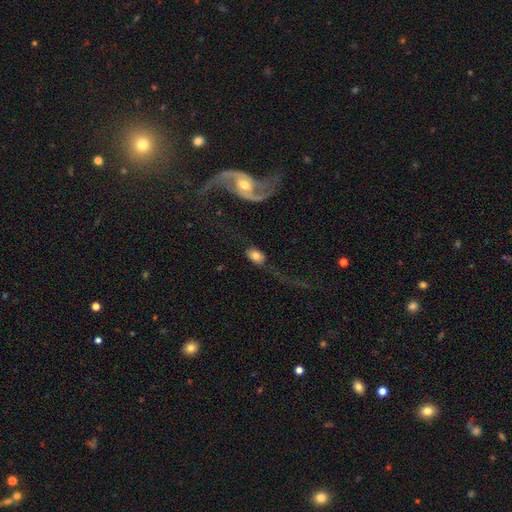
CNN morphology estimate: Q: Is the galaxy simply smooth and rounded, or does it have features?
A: smooth — 71%.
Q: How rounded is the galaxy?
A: in between — 86%.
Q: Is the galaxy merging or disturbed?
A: none — 50%.